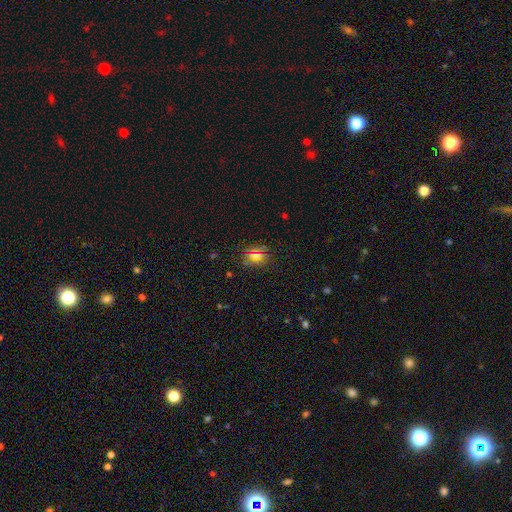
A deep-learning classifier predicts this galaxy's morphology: A smooth galaxy with no disk features (56%) that is in between round and cigar-shaped (48%).

Vote fractions:
- Smooth or featured? smooth: 56% / star or artifact: 31% / featured or disk: 14%
- How rounded? in between: 48% / round: 47% / cigar-shaped: 6%
- Merging? none: 83% / minor disturbance: 11% / major disturbance: 4% / merger: 2%